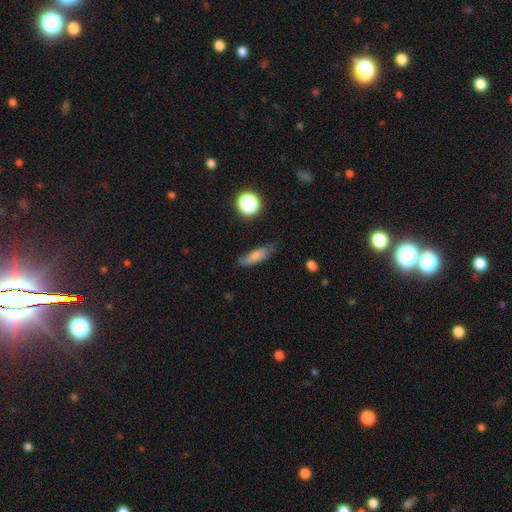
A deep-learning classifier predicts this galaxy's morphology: A smooth galaxy with no disk features (71%) that is in between round and cigar-shaped (55%). Merging: none (64%).